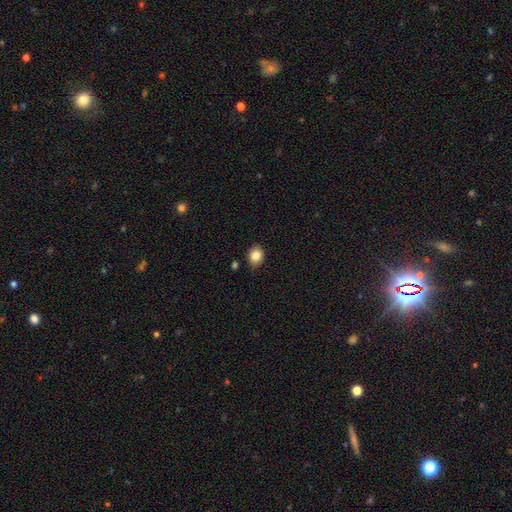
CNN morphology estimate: smooth-or-featured: smooth: 85% | star or artifact: 9% | featured or disk: 6%
  how-rounded: in between: 53% | round: 46% | cigar-shaped: 1%
  merging: none: 87% | minor disturbance: 9% | major disturbance: 2% | merger: 2%